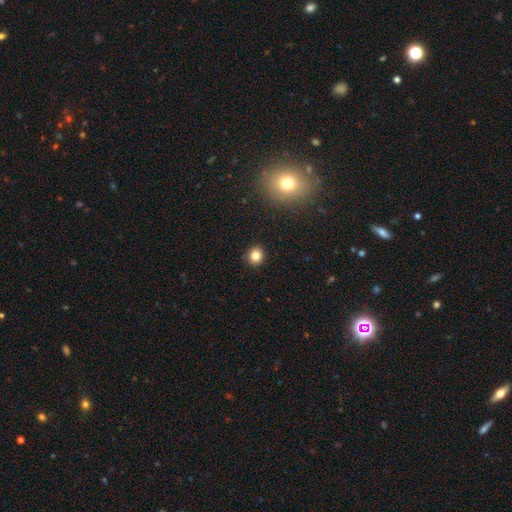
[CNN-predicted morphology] Smooth or featured?
  - smooth: 82% *
  - star or artifact: 12%
  - featured or disk: 6%
How rounded?
  - round: 86% *
  - in between: 13%
  - cigar-shaped: 1%
Merging?
  - none: 91% *
  - minor disturbance: 6%
  - major disturbance: 2%
  - merger: 1%